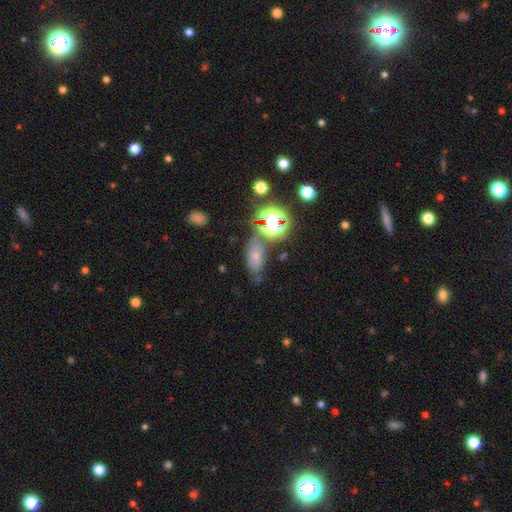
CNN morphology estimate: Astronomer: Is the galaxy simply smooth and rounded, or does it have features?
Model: smooth — 48% (runner-up: star or artifact, 29%).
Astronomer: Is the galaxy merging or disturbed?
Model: none — 54%.